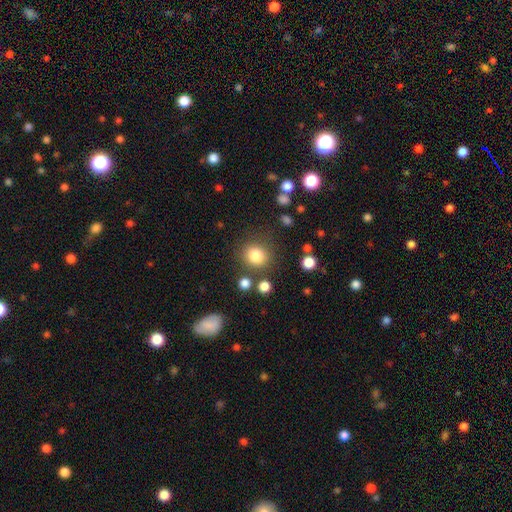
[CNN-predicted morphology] A smooth galaxy with no disk features (83%) that is round (85%).

Vote fractions:
- Smooth or featured? smooth: 83% / star or artifact: 11% / featured or disk: 6%
- How rounded? round: 85% / in between: 14% / cigar-shaped: 1%
- Merging? none: 80% / minor disturbance: 10% / merger: 5% / major disturbance: 5%